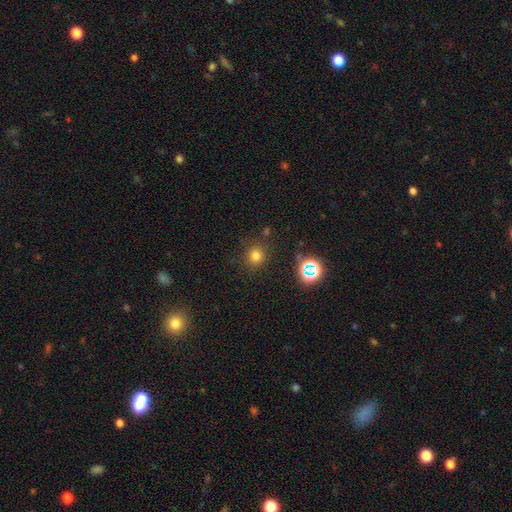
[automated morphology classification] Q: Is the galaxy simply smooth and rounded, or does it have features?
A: smooth — 75%.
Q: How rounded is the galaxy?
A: round — 88%.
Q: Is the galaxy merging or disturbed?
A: none — 83%.